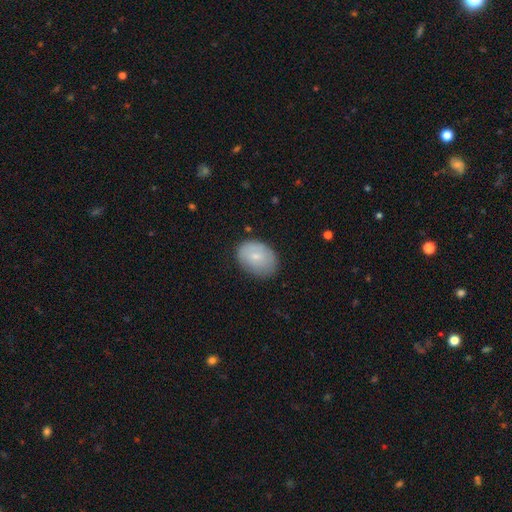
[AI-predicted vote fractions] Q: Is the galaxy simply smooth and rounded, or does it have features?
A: smooth — 68%.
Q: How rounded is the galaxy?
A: in between — 72%.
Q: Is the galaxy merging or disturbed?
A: none — 75%.